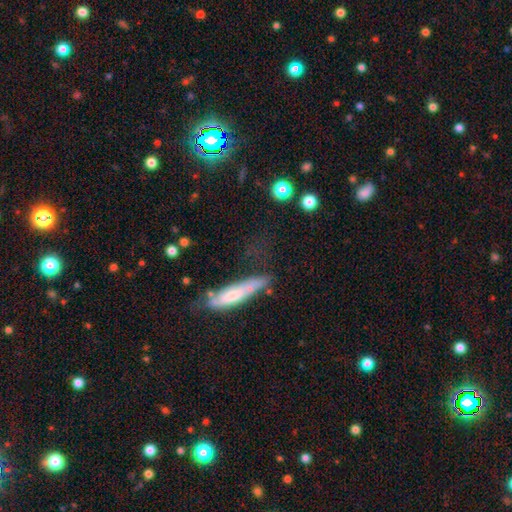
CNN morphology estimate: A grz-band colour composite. It shows a smooth galaxy with no disk features (42%). Merging: none (51%).